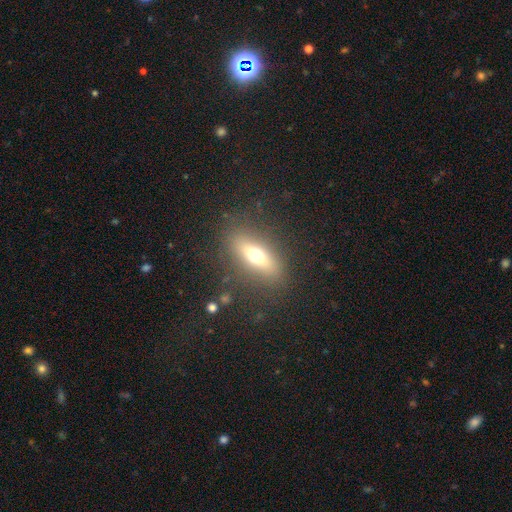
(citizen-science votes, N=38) This appears to be a featured or disk galaxy (55%) viewed edge-on (52%) with a rounded central bulge (91%). Merging: none (89%).